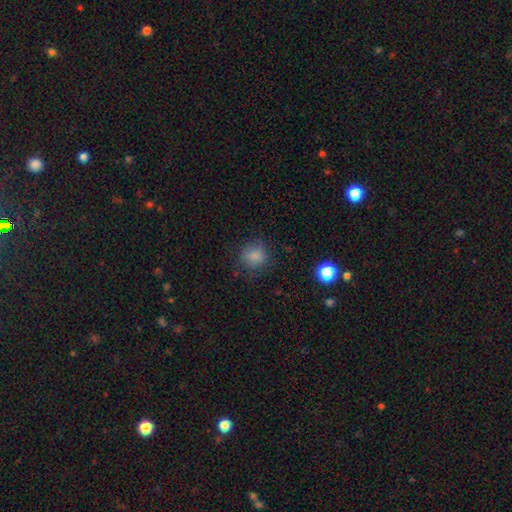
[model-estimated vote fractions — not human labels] Smooth or featured?
  - smooth: 81% *
  - star or artifact: 13%
  - featured or disk: 6%
How rounded?
  - round: 85% *
  - in between: 14%
  - cigar-shaped: 1%
Merging?
  - none: 84% *
  - minor disturbance: 11%
  - major disturbance: 4%
  - merger: 1%